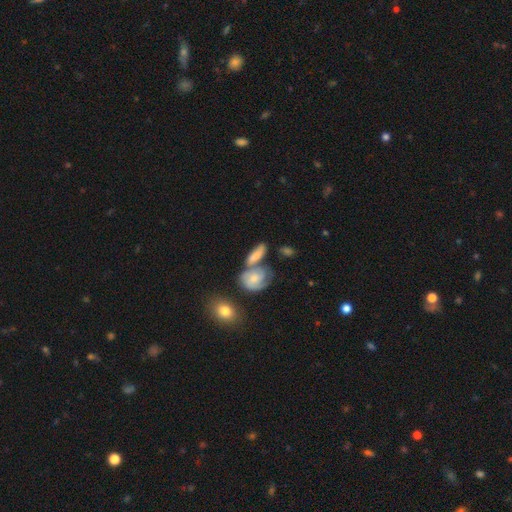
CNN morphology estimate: Smooth or featured? smooth (51%)
How rounded? in between (62%)
Merging? none (39%, tied with merger)